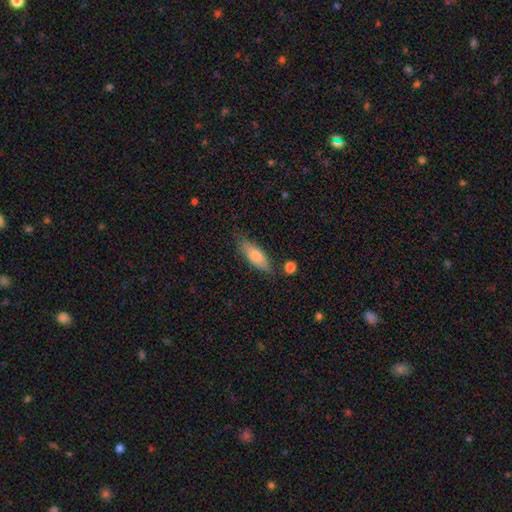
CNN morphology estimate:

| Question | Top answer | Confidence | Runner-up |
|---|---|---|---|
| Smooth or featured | smooth | 73% | featured or disk (20%) |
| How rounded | in between | 55% | cigar-shaped (43%) |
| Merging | none | 78% | minor disturbance (16%) |